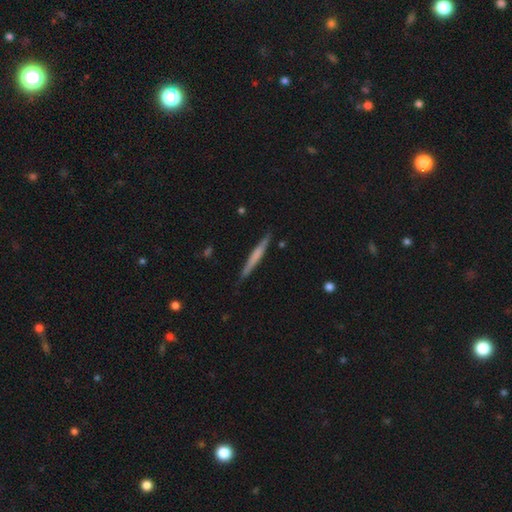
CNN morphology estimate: Smooth or featured? smooth (54%)
How rounded? cigar-shaped (96%)
Merging? none (87%)